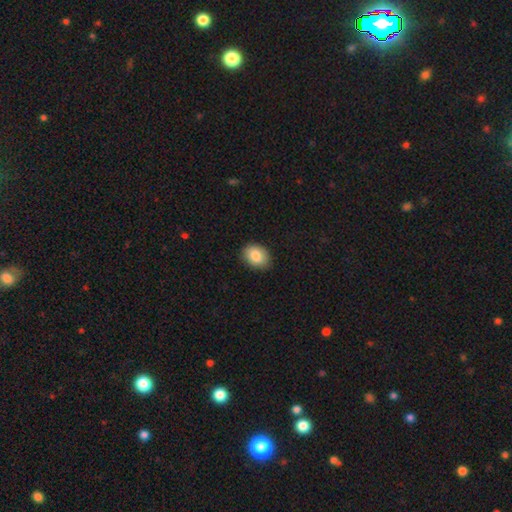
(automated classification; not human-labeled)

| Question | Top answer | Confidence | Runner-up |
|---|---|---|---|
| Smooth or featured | smooth | 86% | star or artifact (7%) |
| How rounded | in between | 67% | round (32%) |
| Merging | none | 86% | minor disturbance (11%) |